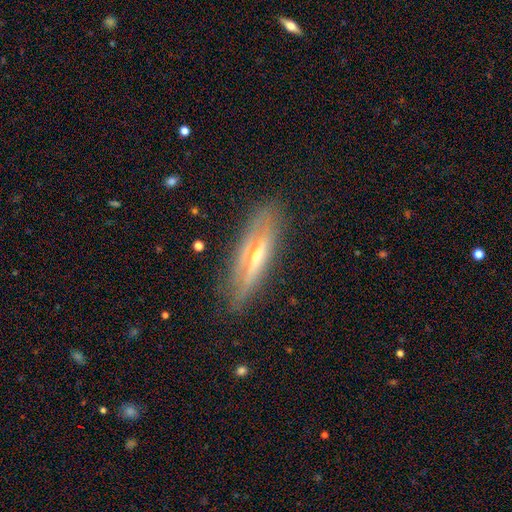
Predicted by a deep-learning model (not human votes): This is likely a featured or disk galaxy (69%). It is clearly viewed edge-on (86%). Edge-on bulge: likely rounded (75%). Merging: clearly none (82%).